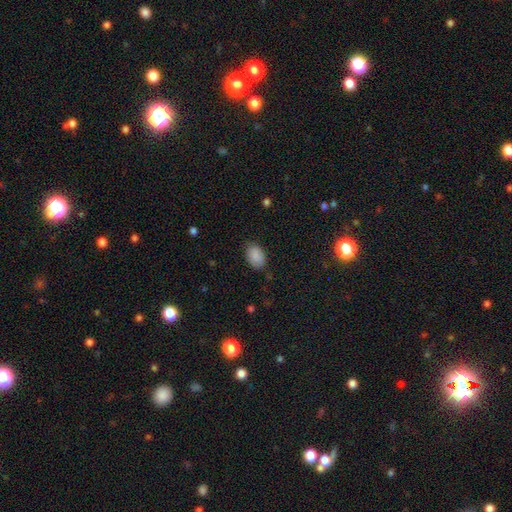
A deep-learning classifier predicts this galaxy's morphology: A smooth galaxy with no disk features (87%) that is in between round and cigar-shaped (88%).

Vote fractions:
- Smooth or featured? smooth: 87% / star or artifact: 7% / featured or disk: 5%
- How rounded? in between: 88% / round: 11% / cigar-shaped: 1%
- Merging? none: 79% / minor disturbance: 16% / major disturbance: 3% / merger: 1%